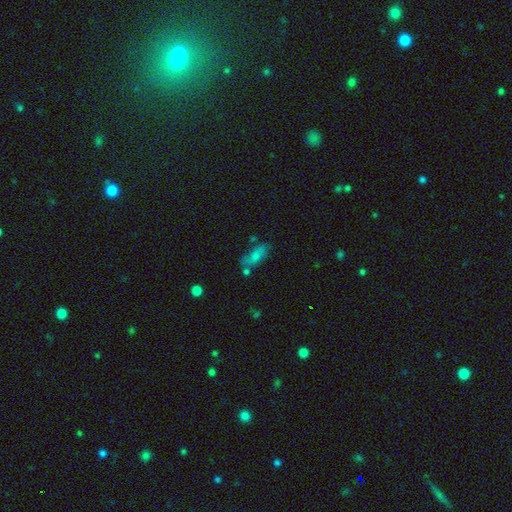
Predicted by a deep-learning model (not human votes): This appears to be a smooth galaxy with no disk features (69%) that is in between round and cigar-shaped (75%). Merging: none (55%).